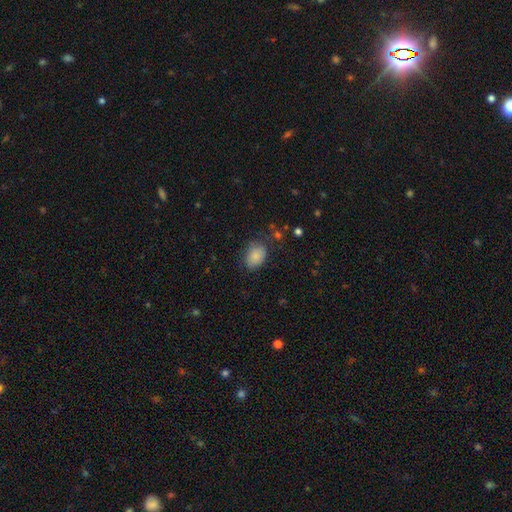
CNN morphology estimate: Smooth or featured: smooth — 84% (star or artifact — 8%)
How rounded: in between — 77% (round — 22%)
Merging: none — 75% (minor disturbance — 18%)